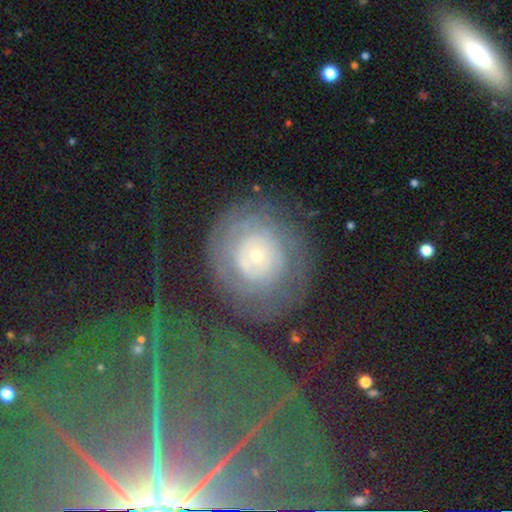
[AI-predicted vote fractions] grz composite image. It shows a featured or disk galaxy (73%) with no bar (82%), tight (76%) spiral arms (85%) and a small central bulge (73%). Merging: none (62%).